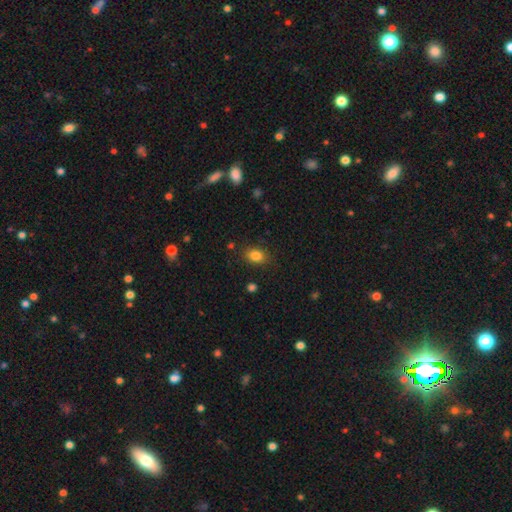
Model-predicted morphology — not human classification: Overall: smooth (84%). How rounded: in between (65%; round 34%). Merging: none (83%).